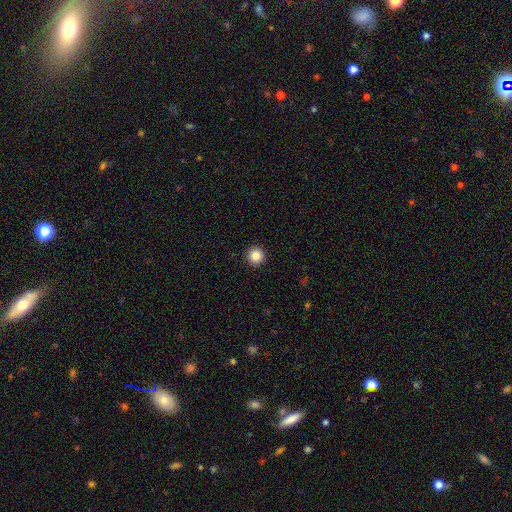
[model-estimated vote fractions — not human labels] Q: Smooth or featured?
A: smooth (87%); runner-up: star or artifact (10%)
Q: How rounded?
A: round (96%); runner-up: in between (3%)
Q: Merging?
A: none (94%); runner-up: minor disturbance (4%)